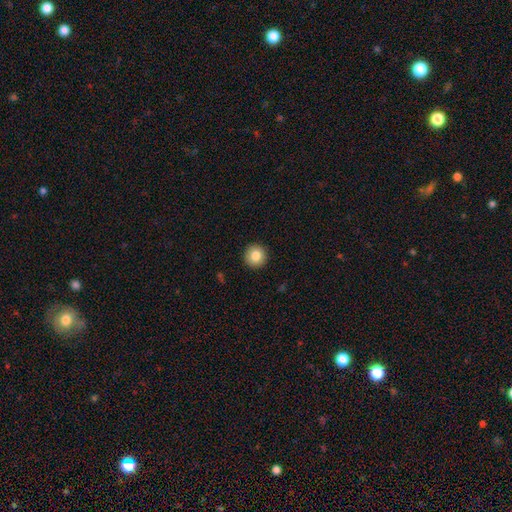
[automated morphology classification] smooth_or_featured: smooth (p=0.84) [alt: star or artifact p=0.09]
how_rounded: round (p=0.96) [alt: in between p=0.03]
merging: none (p=0.93) [alt: minor disturbance p=0.05]